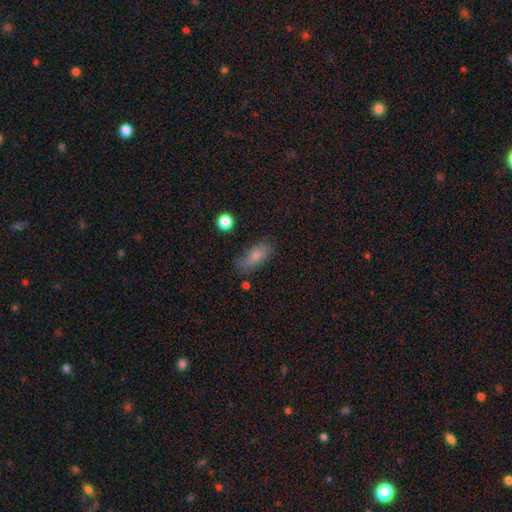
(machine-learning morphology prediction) smooth-or-featured: smooth: 77% | featured or disk: 14% | star or artifact: 9%
  how-rounded: in between: 79% | cigar-shaped: 17% | round: 4%
  merging: none: 70% | minor disturbance: 22% | major disturbance: 6% | merger: 3%